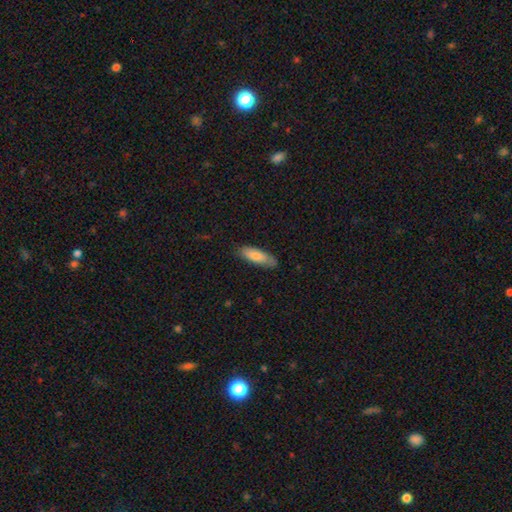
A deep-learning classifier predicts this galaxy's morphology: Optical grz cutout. It shows a smooth galaxy with no disk features (80%) that is in between round and cigar-shaped (56%). Merging: none (79%).